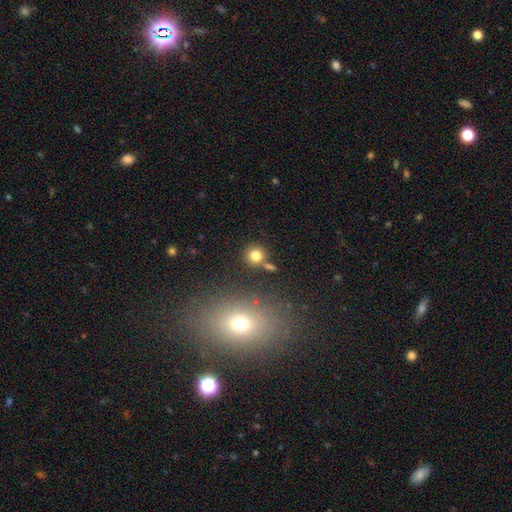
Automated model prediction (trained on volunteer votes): This appears to be a smooth galaxy with no disk features (78%) that is round (90%). Merging: none (76%).